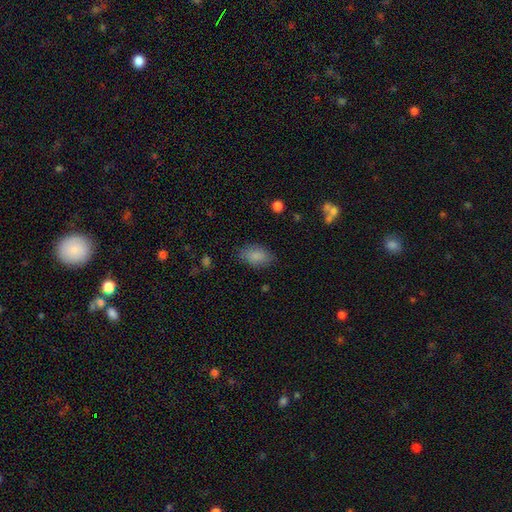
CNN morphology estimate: type=smooth (87%); roundness=in between (91%); merging=none (81%).